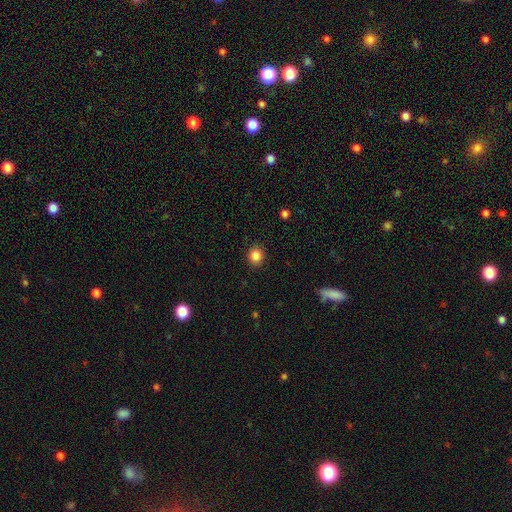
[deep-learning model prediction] smooth_or_featured: smooth (p=0.85) [alt: star or artifact p=0.11]
how_rounded: round (p=0.82) [alt: in between p=0.17]
merging: none (p=0.90) [alt: minor disturbance p=0.07]